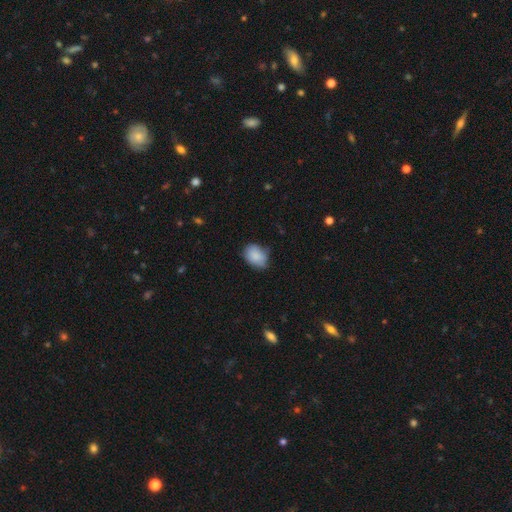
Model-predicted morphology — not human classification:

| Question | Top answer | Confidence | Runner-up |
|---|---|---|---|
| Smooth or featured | smooth | 85% | star or artifact (8%) |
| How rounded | in between | 73% | round (26%) |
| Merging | none | 63% | minor disturbance (30%) |